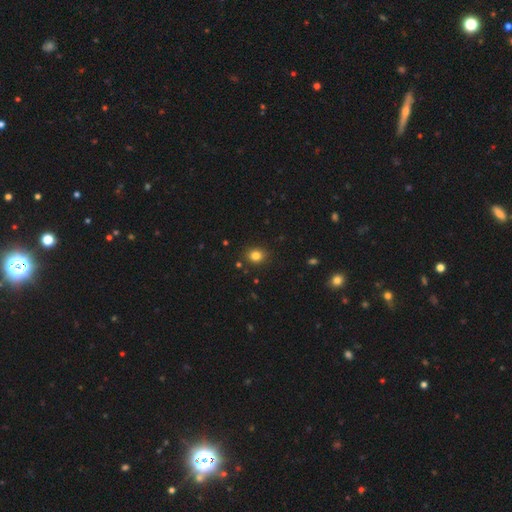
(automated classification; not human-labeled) smooth 82%, star or artifact 12%, featured or disk 5%. Down the decision tree: how rounded — round (65%); merging — none (87%).